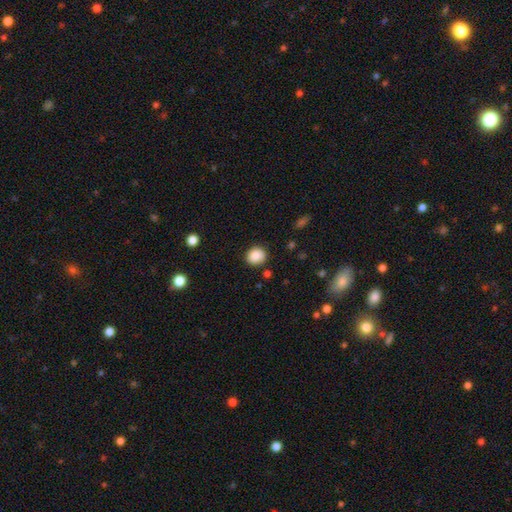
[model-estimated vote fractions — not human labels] smooth 86%, star or artifact 9%, featured or disk 5%. Down the decision tree: how rounded — round (76%); merging — none (82%).